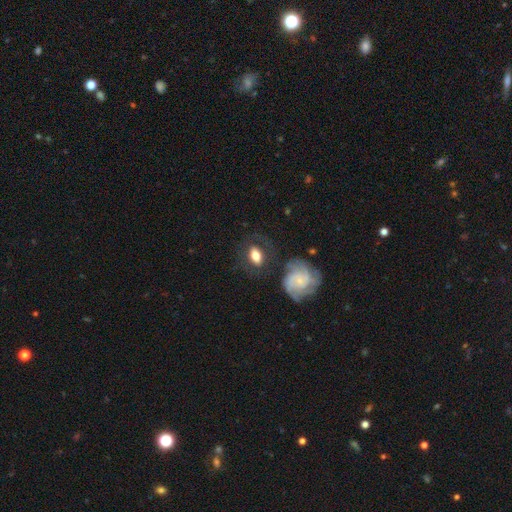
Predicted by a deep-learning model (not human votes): This appears to be a smooth galaxy with no disk features (63%) that is in between round and cigar-shaped (76%). Merging: none (68%).